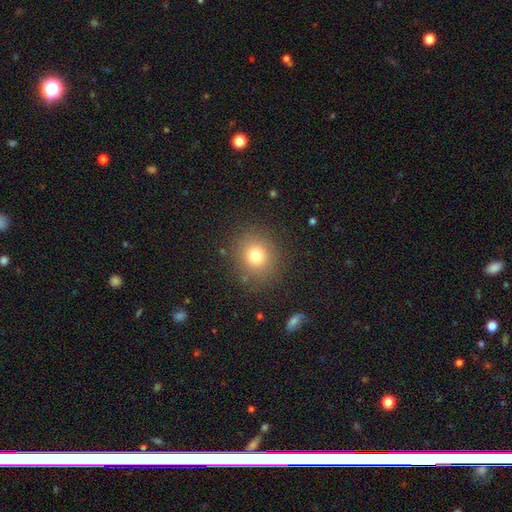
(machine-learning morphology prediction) A smooth galaxy with no disk features (76%) that is round (81%).

Vote fractions:
- Smooth or featured? smooth: 76% / star or artifact: 14% / featured or disk: 10%
- How rounded? round: 81% / in between: 18% / cigar-shaped: 1%
- Merging? none: 86% / minor disturbance: 8% / major disturbance: 4% / merger: 2%